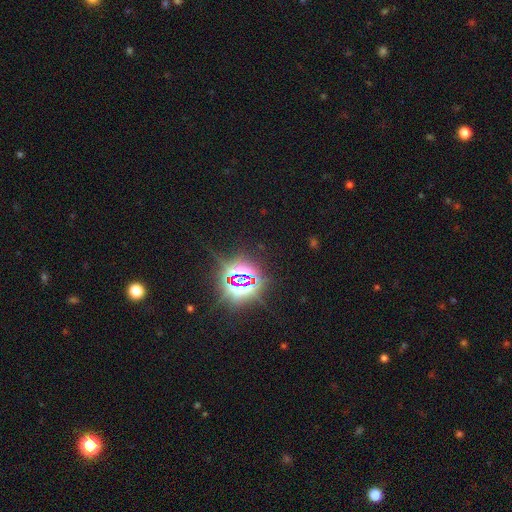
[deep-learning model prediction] Smooth or featured: star or artifact — 85% (smooth — 10%)